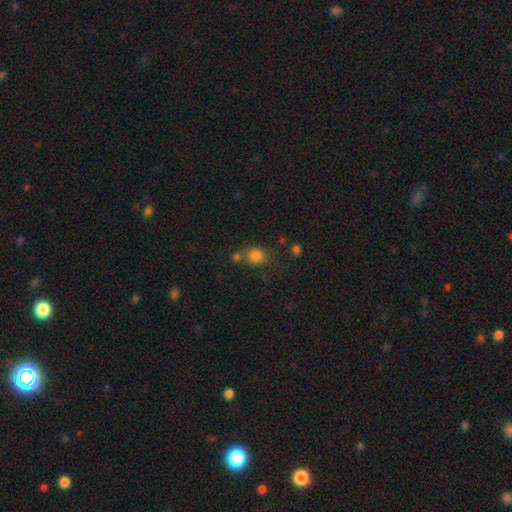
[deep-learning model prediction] Smooth or featured? Predicted: smooth (p=0.81). How rounded? Predicted: round (p=0.71). Merging? Predicted: none (p=0.58).